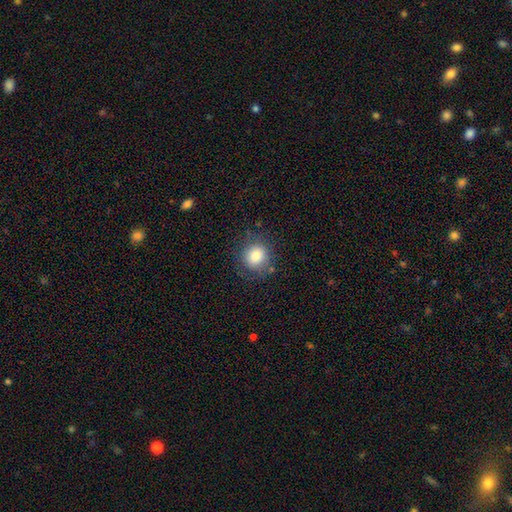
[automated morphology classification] This appears to be a smooth galaxy with no disk features (81%) that is round (85%). Merging: none (80%).